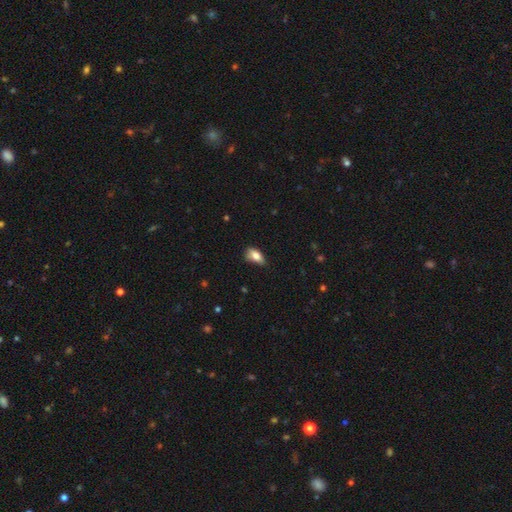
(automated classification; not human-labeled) smooth-or-featured: smooth: 79% | featured or disk: 13% | star or artifact: 8%
  how-rounded: in between: 87% | cigar-shaped: 8% | round: 5%
  merging: none: 53% | minor disturbance: 37% | major disturbance: 8% | merger: 2%